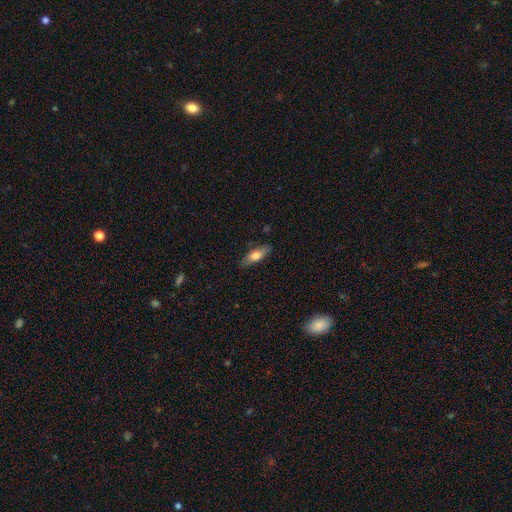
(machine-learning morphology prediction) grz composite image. It shows a smooth galaxy with no disk features (66%) that is in between round and cigar-shaped (64%). Merging: none (83%).